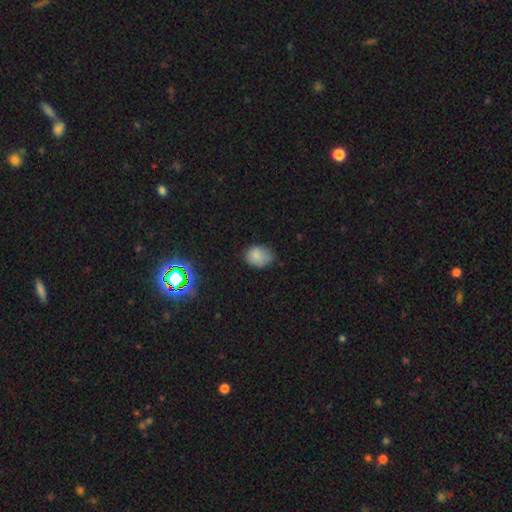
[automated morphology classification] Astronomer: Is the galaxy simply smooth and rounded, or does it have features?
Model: smooth — 79%.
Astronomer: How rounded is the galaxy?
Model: in between — 66%.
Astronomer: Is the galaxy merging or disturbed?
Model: none — 59%.